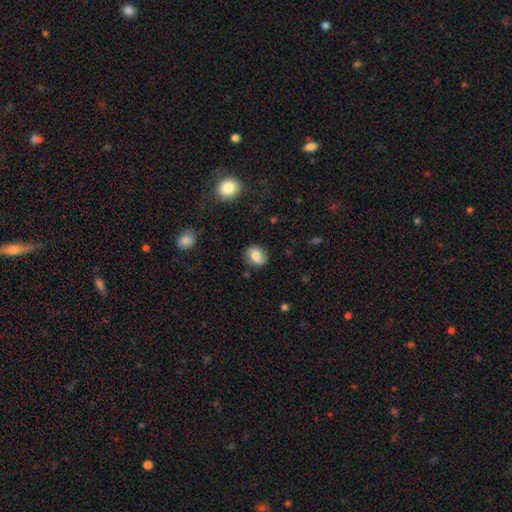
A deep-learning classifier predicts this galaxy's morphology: A smooth galaxy with no disk features (69%) that is round (53%).

Vote fractions:
- Smooth or featured? smooth: 69% / featured or disk: 22% / star or artifact: 9%
- How rounded? round: 53% / in between: 46% / cigar-shaped: 1%
- Merging? none: 77% / minor disturbance: 17% / major disturbance: 4% / merger: 2%